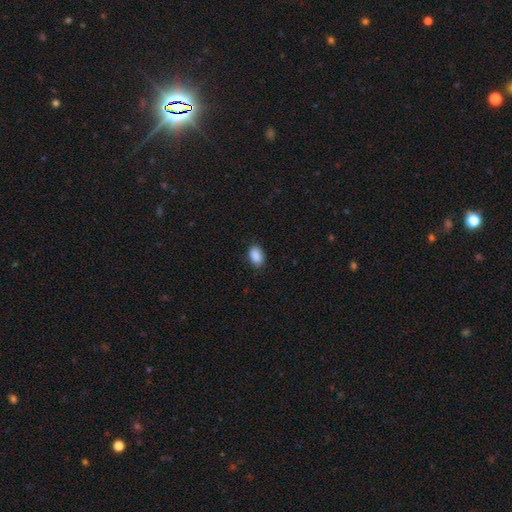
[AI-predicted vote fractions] smooth_or_featured: smooth (p=0.90) [alt: star or artifact p=0.08]
how_rounded: in between (p=0.87) [alt: round p=0.12]
merging: none (p=0.85) [alt: minor disturbance p=0.12]